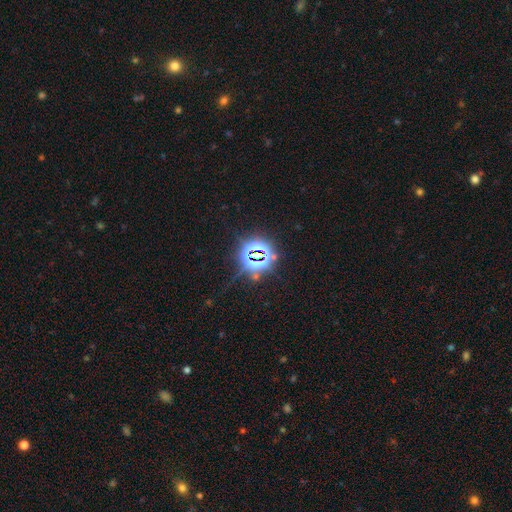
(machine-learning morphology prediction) The model was most divided on "smooth or featured": star or artifact: 81%, smooth: 11%, featured or disk: 8%.